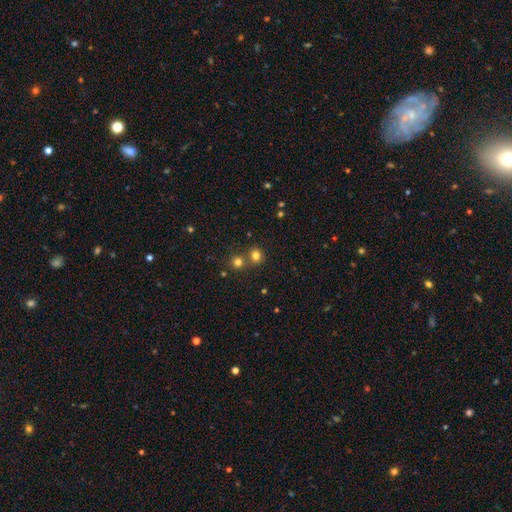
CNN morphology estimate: Smooth or featured? smooth (77%)
How rounded? round (81%)
Merging? none (66%)